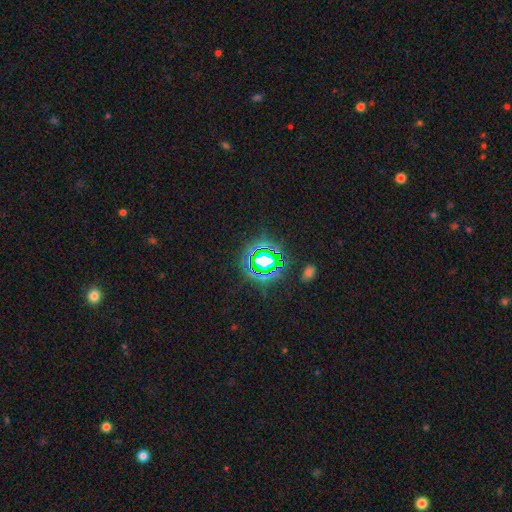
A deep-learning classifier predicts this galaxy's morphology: Overall: star or artifact (81%).